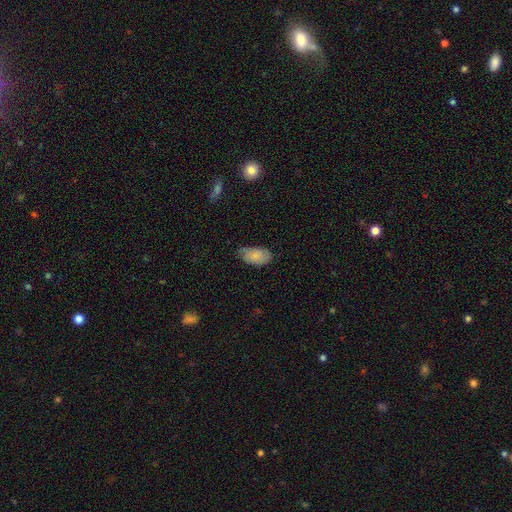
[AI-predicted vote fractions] Overall: smooth (83%). How rounded: in between (94%). Merging: none (62%; minor disturbance 31%).